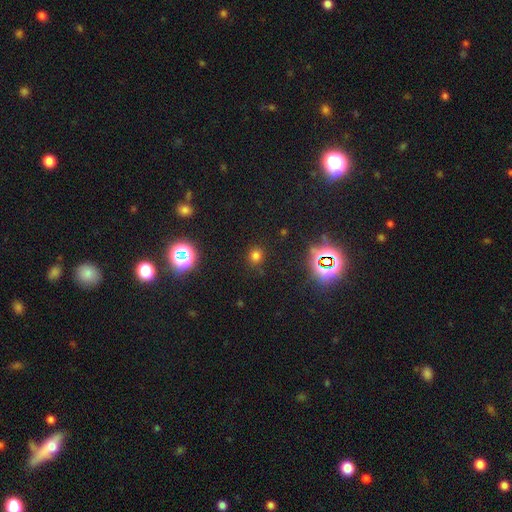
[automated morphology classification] Overall: smooth (68%). How rounded: round (86%). Merging: none (85%).